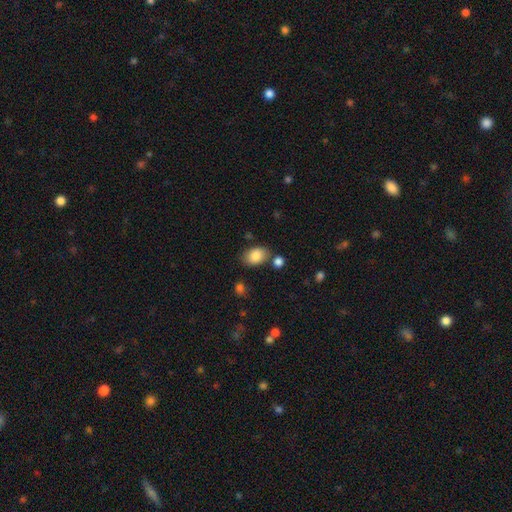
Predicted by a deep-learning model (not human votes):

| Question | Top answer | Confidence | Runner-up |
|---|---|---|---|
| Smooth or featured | smooth | 86% | star or artifact (7%) |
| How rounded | in between | 84% | round (15%) |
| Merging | none | 75% | minor disturbance (14%) |